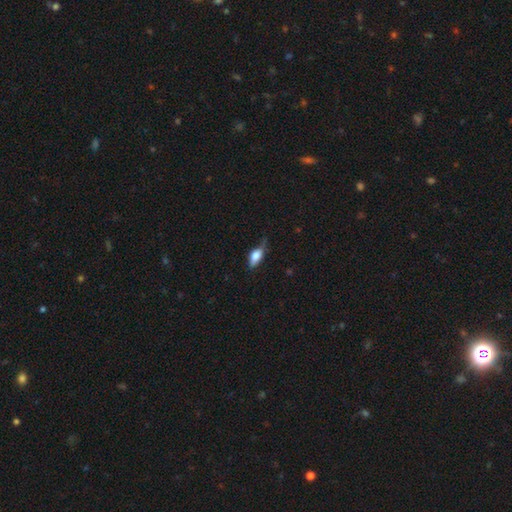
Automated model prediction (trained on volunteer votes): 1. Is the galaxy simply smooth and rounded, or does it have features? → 72% smooth, 20% featured or disk, 8% star or artifact.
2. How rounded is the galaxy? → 83% in between, 12% cigar-shaped, 5% round.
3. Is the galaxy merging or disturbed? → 51% none, 37% minor disturbance, 10% major disturbance, 2% merger.